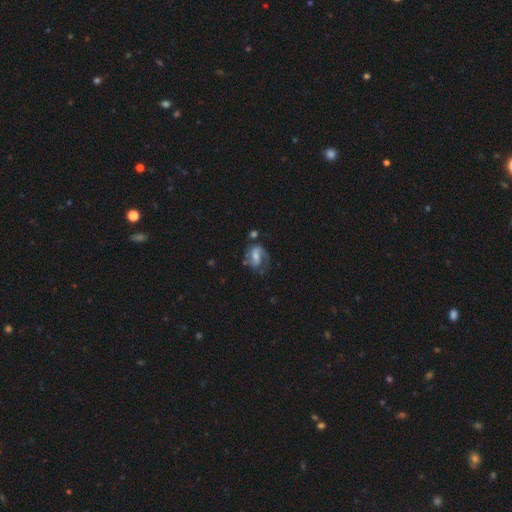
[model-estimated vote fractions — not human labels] Smooth or featured: featured or disk — 69% (smooth — 24%)
Edge-on disk: no — 97% (yes — 3%)
Bar: weak — 47% (no — 32%)
Spiral arms: yes — 88% (no — 12%)
Spiral winding: medium — 46% (loose — 30%)
Spiral arm count: 2 — 60% (1 — 28%)
Bulge size: moderate — 48% (small — 37%)
Merging: none — 50% (minor disturbance — 24%)